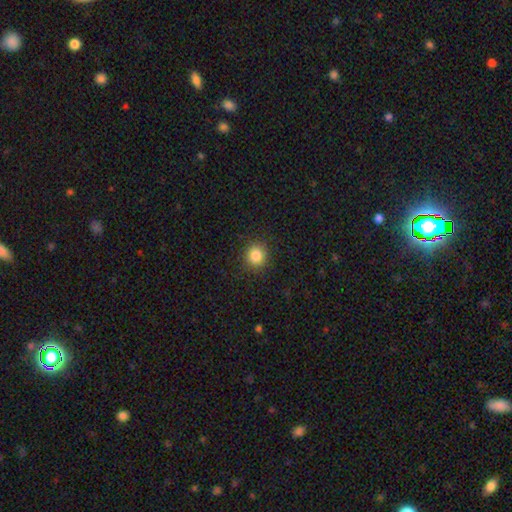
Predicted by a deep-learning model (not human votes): This is clearly a smooth galaxy (85%). How rounded: clearly round (90%). Merging: clearly none (90%).